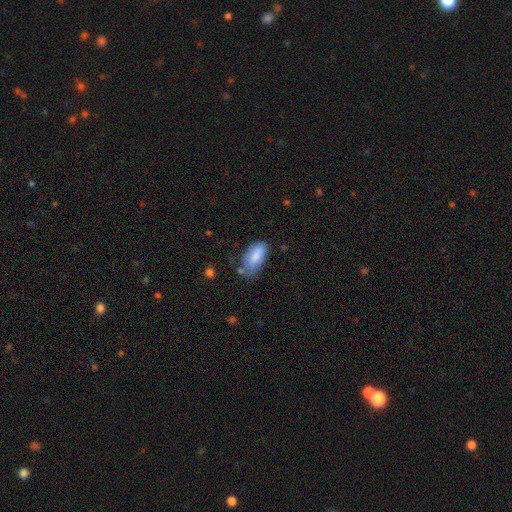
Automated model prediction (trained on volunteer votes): A smooth galaxy with no disk features (82%) that is in between round and cigar-shaped (90%).

Vote fractions:
- Smooth or featured? smooth: 82% / featured or disk: 12% / star or artifact: 6%
- How rounded? in between: 90% / cigar-shaped: 8% / round: 2%
- Merging? none: 51% / minor disturbance: 32% / major disturbance: 10% / merger: 7%